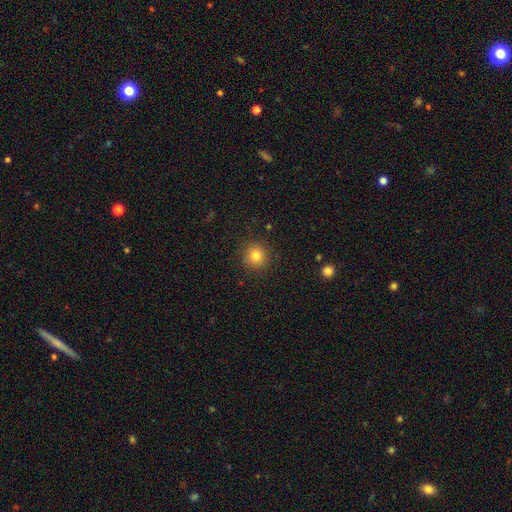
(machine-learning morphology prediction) A smooth galaxy with no disk features (82%) that is round (91%).

Vote fractions:
- Smooth or featured? smooth: 82% / star or artifact: 12% / featured or disk: 6%
- How rounded? round: 91% / in between: 8% / cigar-shaped: 1%
- Merging? none: 90% / minor disturbance: 7% / major disturbance: 2% / merger: 1%